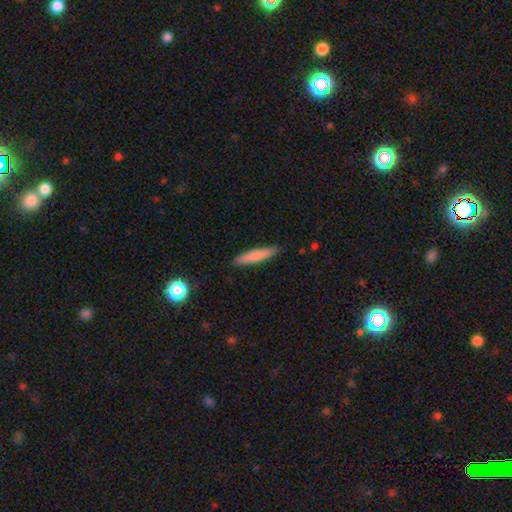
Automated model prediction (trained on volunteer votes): This is likely a smooth galaxy (77%). How rounded: clearly cigar-shaped (89%). Merging: clearly none (89%).